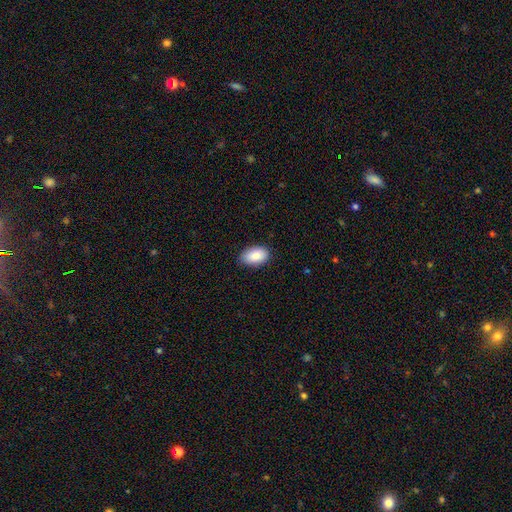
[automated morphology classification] Overall: smooth (88%). How rounded: in between (93%). Merging: none (83%).